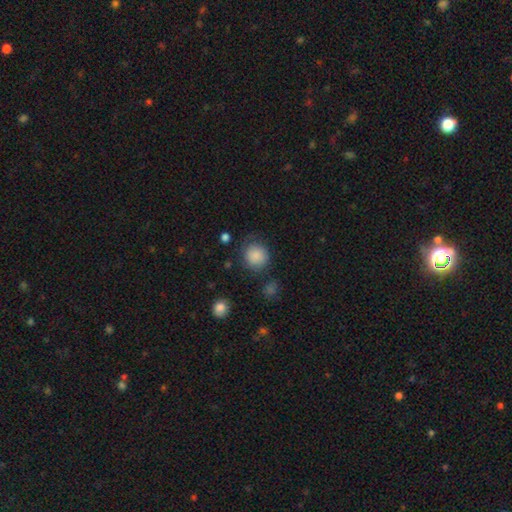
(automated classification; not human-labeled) This is clearly a smooth galaxy (87%). How rounded: clearly round (87%). Merging: likely none (73%).